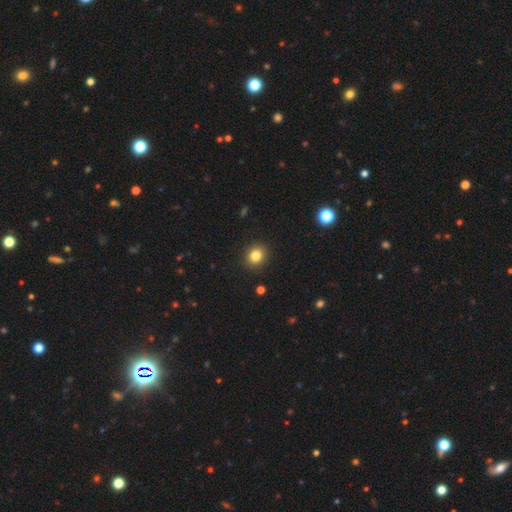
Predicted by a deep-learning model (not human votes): Smooth or featured?
  - smooth: 83% *
  - star or artifact: 11%
  - featured or disk: 6%
How rounded?
  - round: 77% *
  - in between: 22%
  - cigar-shaped: 1%
Merging?
  - none: 91% *
  - minor disturbance: 6%
  - major disturbance: 2%
  - merger: 1%